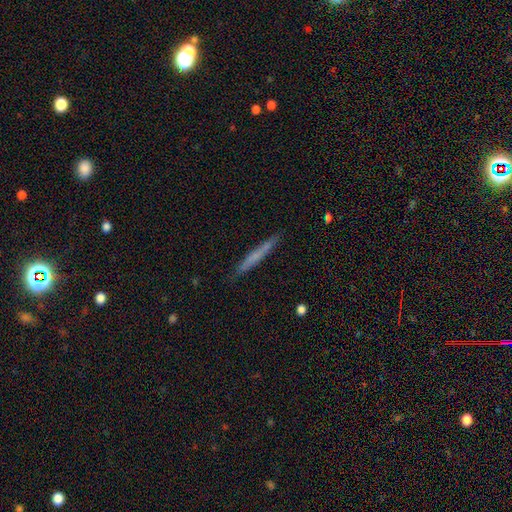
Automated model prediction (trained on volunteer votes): Smooth or featured: smooth — 56% (featured or disk — 37%)
How rounded: cigar-shaped — 96% (in between — 2%)
Merging: none — 89% (minor disturbance — 9%)